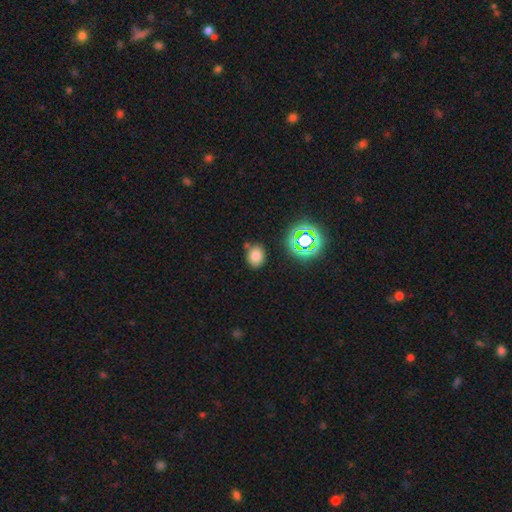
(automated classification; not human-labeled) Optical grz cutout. It shows a smooth galaxy with no disk features (75%) that is round (52%). Merging: none (77%).